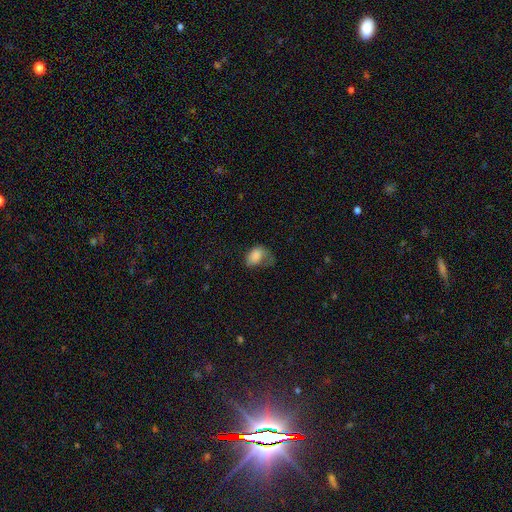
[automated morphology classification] Overall: smooth (78%). How rounded: in between (80%). Merging: major disturbance (45%; minor disturbance 28%).